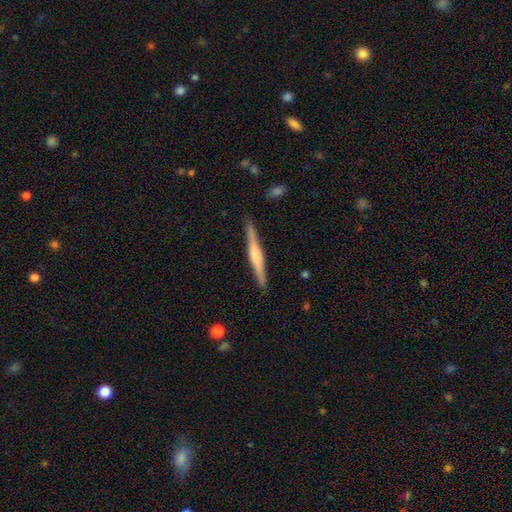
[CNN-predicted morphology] Smooth or featured: featured or disk — 65% (smooth — 30%)
Edge-on disk: yes — 98% (no — 2%)
Edge-on bulge: rounded — 59% (boxy — 25%)
Merging: none — 90% (minor disturbance — 8%)